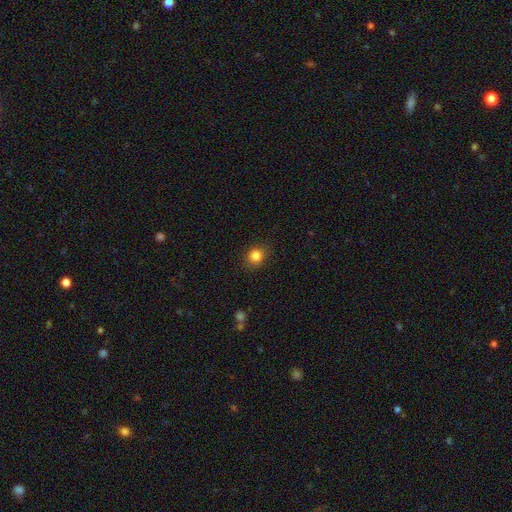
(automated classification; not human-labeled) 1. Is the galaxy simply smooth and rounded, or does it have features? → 84% smooth, 12% star or artifact, 5% featured or disk.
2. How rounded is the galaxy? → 76% round, 23% in between, 1% cigar-shaped.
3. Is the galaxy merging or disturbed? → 87% none, 9% minor disturbance, 3% major disturbance, 1% merger.